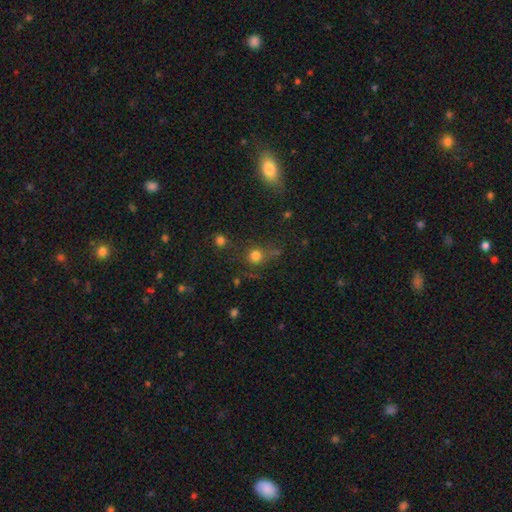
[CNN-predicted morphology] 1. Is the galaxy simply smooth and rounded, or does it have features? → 72% smooth, 20% star or artifact, 8% featured or disk.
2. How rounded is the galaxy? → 90% round, 9% in between, 1% cigar-shaped.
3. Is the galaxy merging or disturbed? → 68% none, 14% minor disturbance, 10% merger, 8% major disturbance.